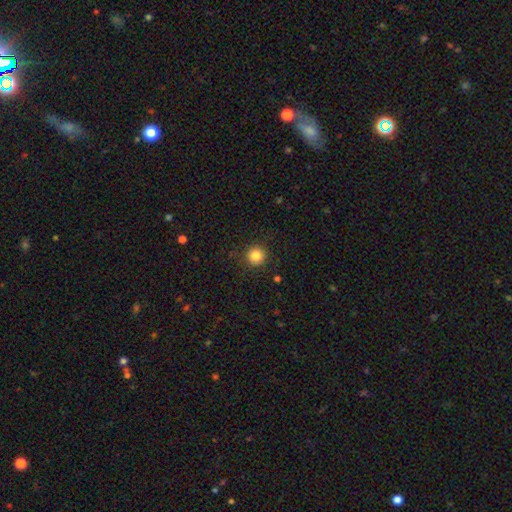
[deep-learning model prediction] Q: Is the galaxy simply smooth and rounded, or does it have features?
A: smooth — 84%.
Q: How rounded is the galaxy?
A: round — 95%.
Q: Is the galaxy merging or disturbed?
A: none — 90%.